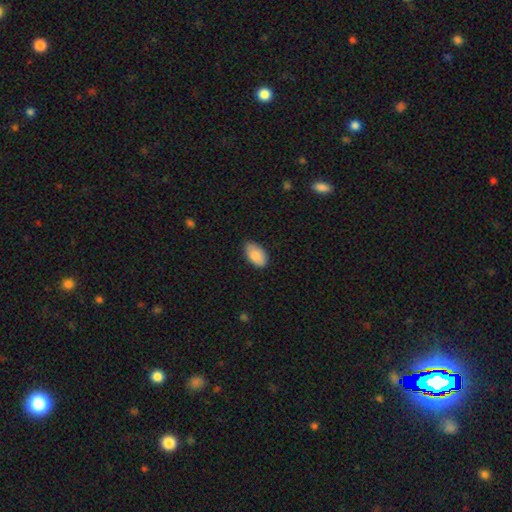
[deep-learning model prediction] Smooth or featured? smooth (84%)
How rounded? in between (95%)
Merging? none (77%)